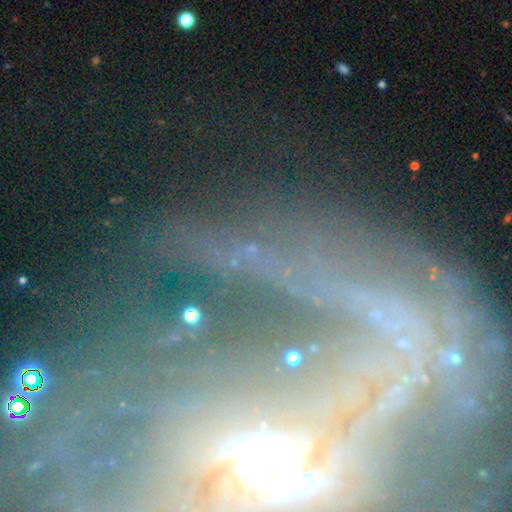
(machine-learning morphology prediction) Smooth or featured: featured or disk — 51% (star or artifact — 32%)
Edge-on disk: no — 77% (yes — 23%)
Merging: none — 67% (minor disturbance — 14%)